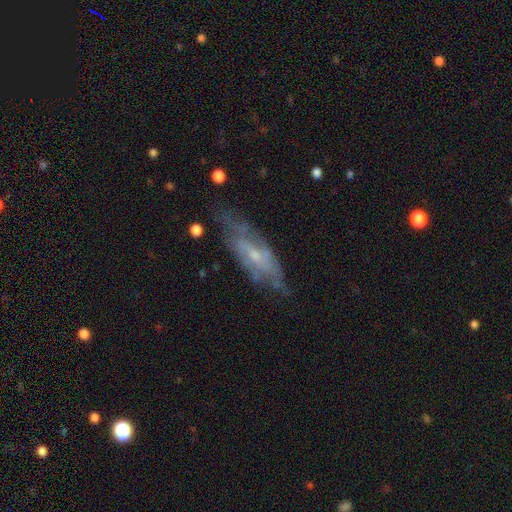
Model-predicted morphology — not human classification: Q: Smooth or featured?
A: featured or disk (69%); runner-up: smooth (23%)
Q: Edge-on disk?
A: no (74%); runner-up: yes (26%)
Q: Bar?
A: no (54%); runner-up: weak (37%)
Q: Spiral arms?
A: yes (65%); runner-up: no (35%)
Q: Bulge size?
A: small (62%); runner-up: moderate (29%)
Q: Merging?
A: none (58%); runner-up: minor disturbance (26%)